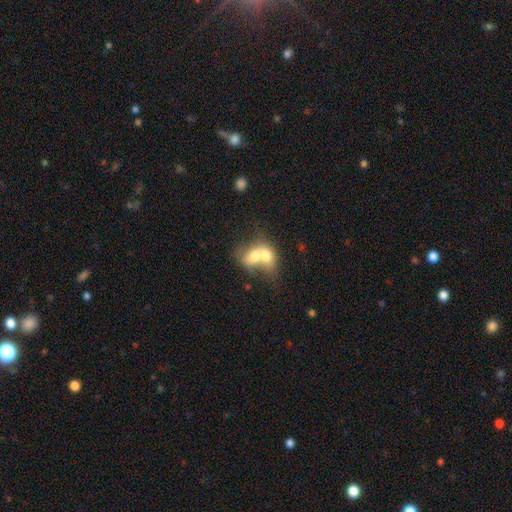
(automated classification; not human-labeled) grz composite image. It shows a smooth galaxy with no disk features (65%) that is in between round and cigar-shaped (61%). Merging: merger (80%).